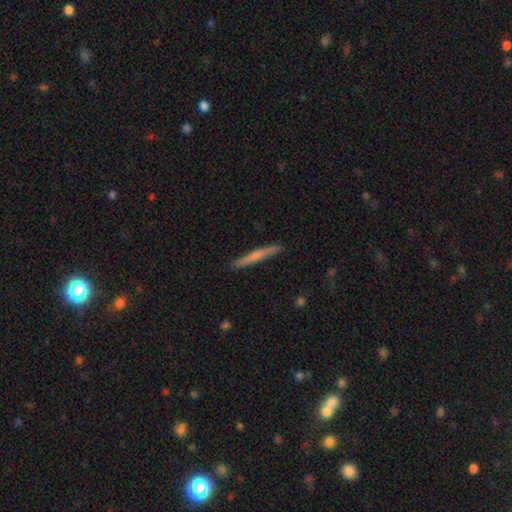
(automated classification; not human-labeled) This appears to be a smooth galaxy with no disk features (57%) that is cigar-shaped (96%). Merging: none (89%).